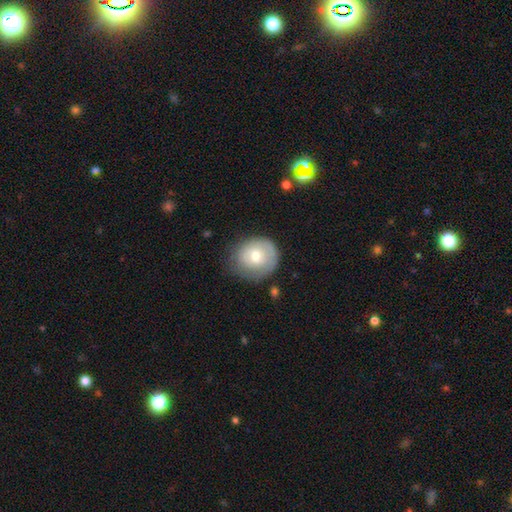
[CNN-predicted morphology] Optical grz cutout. It shows a smooth galaxy with no disk features (61%) that is round (76%). Merging: none (60%).